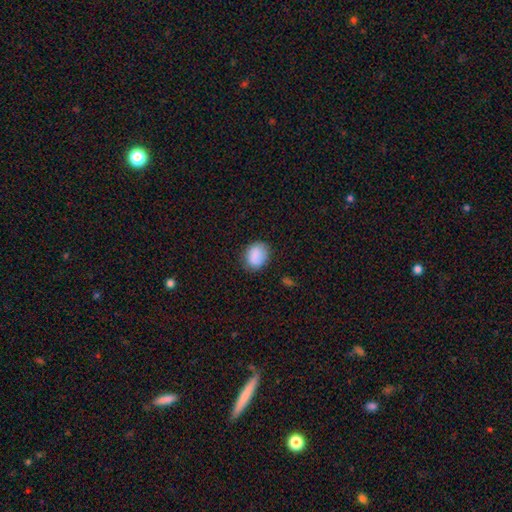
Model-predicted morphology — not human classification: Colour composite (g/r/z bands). It shows a smooth galaxy with no disk features (86%) that is in between round and cigar-shaped (51%). Merging: none (79%).